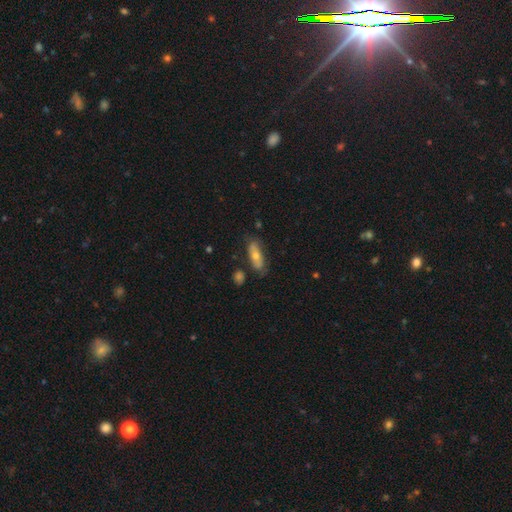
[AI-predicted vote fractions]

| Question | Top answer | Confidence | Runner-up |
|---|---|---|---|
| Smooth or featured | smooth | 54% | featured or disk (39%) |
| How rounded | in between | 72% | cigar-shaped (25%) |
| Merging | none | 66% | minor disturbance (23%) |